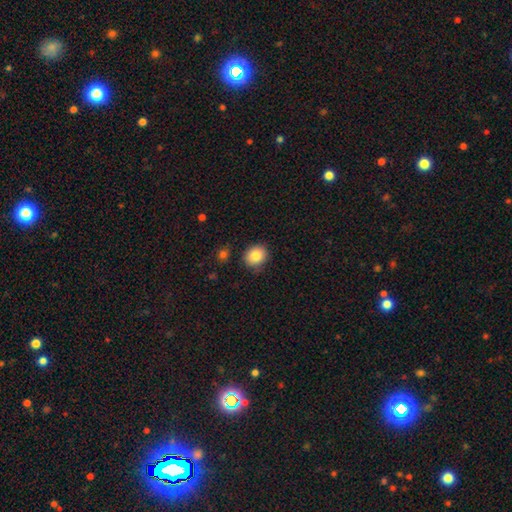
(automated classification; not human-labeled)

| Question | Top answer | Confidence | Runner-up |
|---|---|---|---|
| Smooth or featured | smooth | 84% | star or artifact (9%) |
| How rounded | round | 76% | in between (23%) |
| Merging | none | 84% | minor disturbance (11%) |